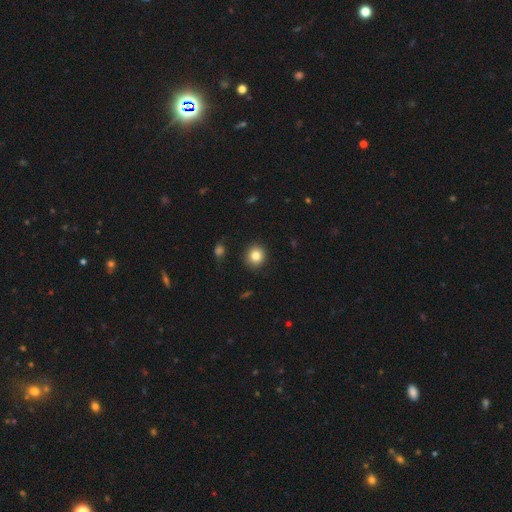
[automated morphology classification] type=smooth (84%); roundness=round (89%); merging=none (91%).